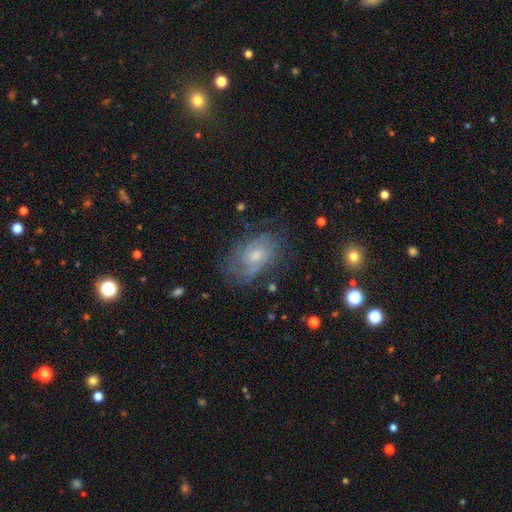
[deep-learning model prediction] Overall: featured or disk (74%). Edge-on disk: no (96%). Bar: no (69%). Spiral arms: yes (90%). Spiral arm count: can't tell (44%; 2 22%). Spiral winding: tight (54%; medium 35%). Bulge size: small (48%; moderate 43%). Merging: none (68%).